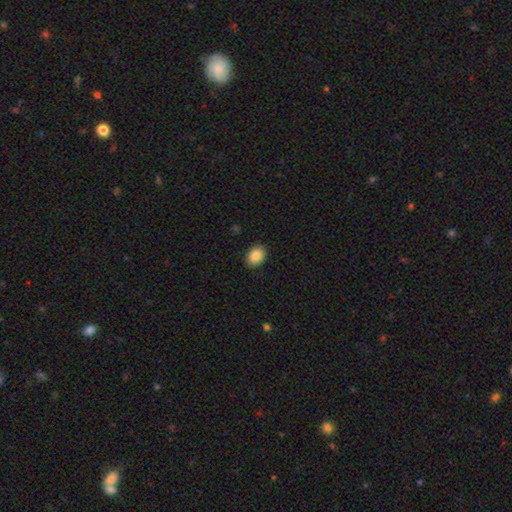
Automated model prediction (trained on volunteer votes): smooth 87%, star or artifact 8%, featured or disk 5%. Down the decision tree: how rounded — in between (68%); merging — none (90%).